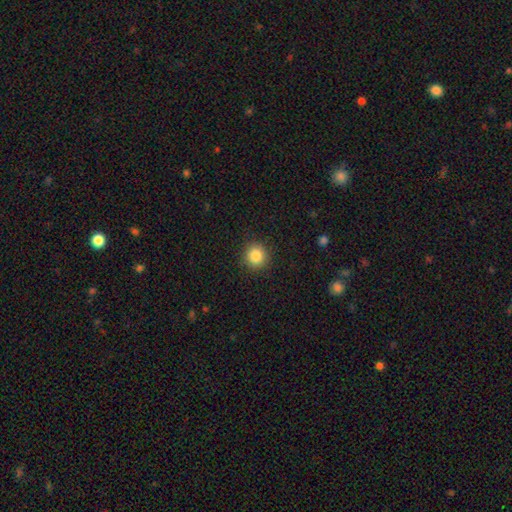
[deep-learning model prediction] Smooth or featured? smooth (86%)
How rounded? round (93%)
Merging? none (91%)